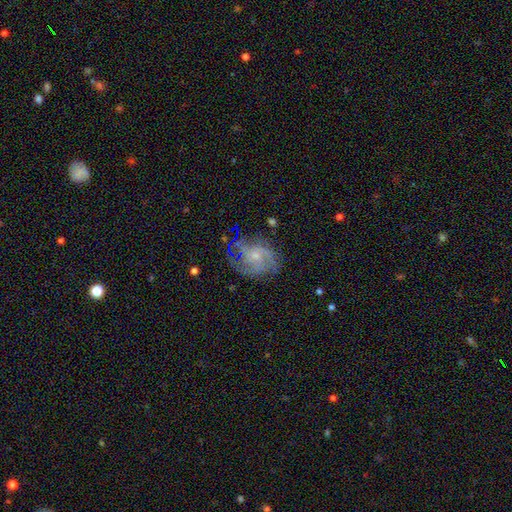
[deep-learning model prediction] Smooth or featured?
  - featured or disk: 77% *
  - smooth: 13%
  - star or artifact: 10%
Edge-on disk?
  - no: 98% *
  - yes: 2%
Bar?
  - no: 71% *
  - weak: 26%
  - strong: 4%
Spiral arms?
  - yes: 93% *
  - no: 7%
Spiral winding?
  - medium: 43% *
  - tight: 39%
  - loose: 18%
Spiral arm count?
  - can't tell: 28% *
  - 3: 26%
  - 4: 17%
  - 2: 15%
  - more than 4: 7%
  - 1: 6%
Bulge size?
  - small: 67% *
  - moderate: 26%
  - none: 5%
  - large: 1%
  - dominant: 1%
Merging?
  - none: 68% *
  - minor disturbance: 19%
  - major disturbance: 11%
  - merger: 2%